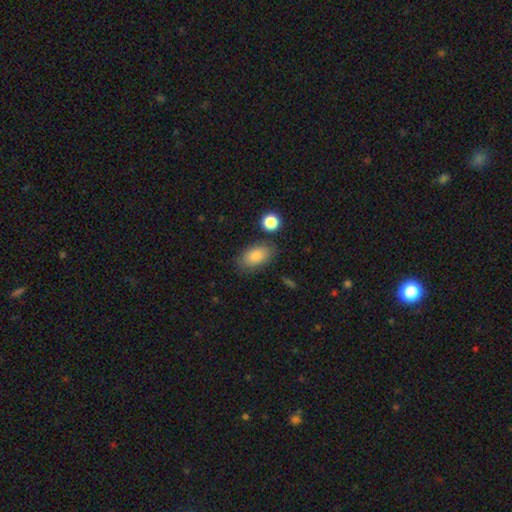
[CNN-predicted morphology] A smooth galaxy with no disk features (84%) that is in between round and cigar-shaped (91%). Merging: none (80%).